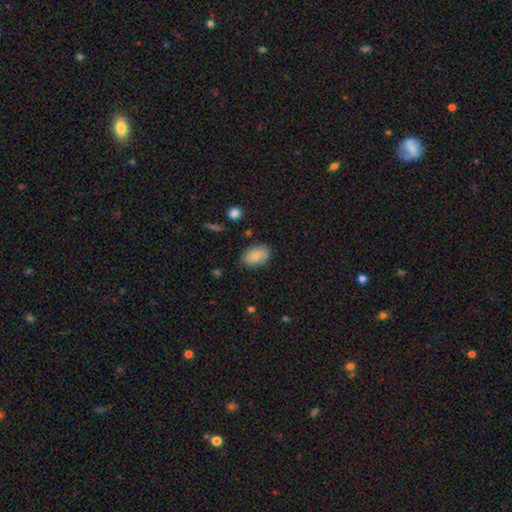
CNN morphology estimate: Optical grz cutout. It shows a smooth galaxy with no disk features (78%) that is in between round and cigar-shaped (88%). Merging: none (76%).